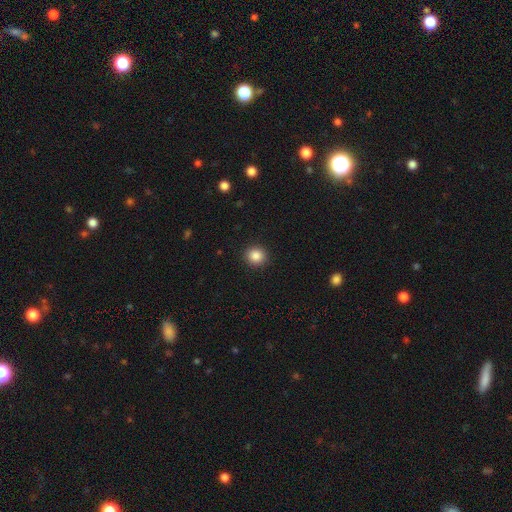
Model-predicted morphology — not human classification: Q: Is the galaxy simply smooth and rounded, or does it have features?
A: smooth — 86%.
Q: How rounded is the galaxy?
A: round — 90%.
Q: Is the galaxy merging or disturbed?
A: none — 92%.